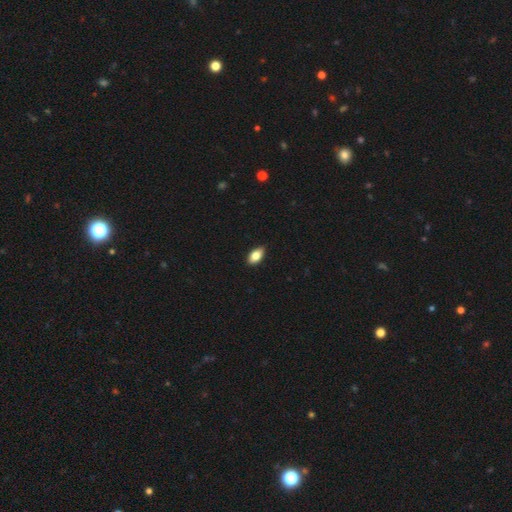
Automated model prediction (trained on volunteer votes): Smooth or featured?
  - smooth: 84% *
  - featured or disk: 9%
  - star or artifact: 7%
How rounded?
  - in between: 92% *
  - round: 4%
  - cigar-shaped: 4%
Merging?
  - none: 88% *
  - minor disturbance: 9%
  - major disturbance: 2%
  - merger: 1%